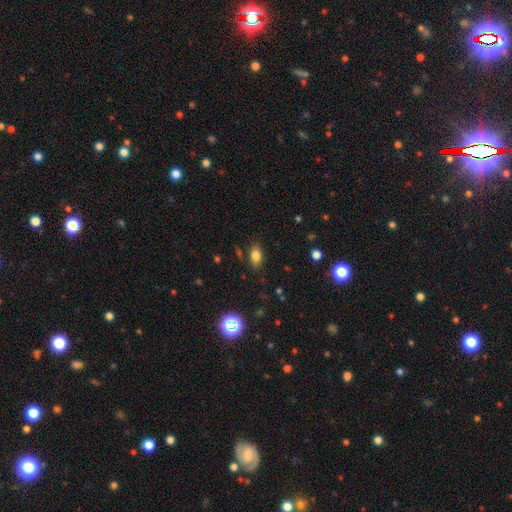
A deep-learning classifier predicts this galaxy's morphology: Smooth or featured: smooth — 80% (star or artifact — 12%)
How rounded: in between — 86% (round — 10%)
Merging: none — 82% (minor disturbance — 12%)